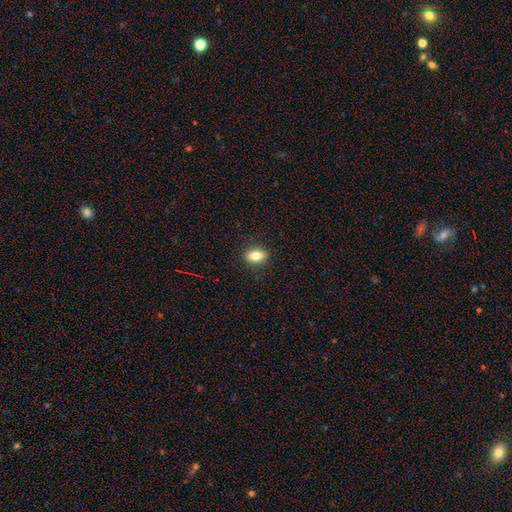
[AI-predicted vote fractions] A smooth galaxy with no disk features (81%) that is in between round and cigar-shaped (83%). Merging: none (87%).